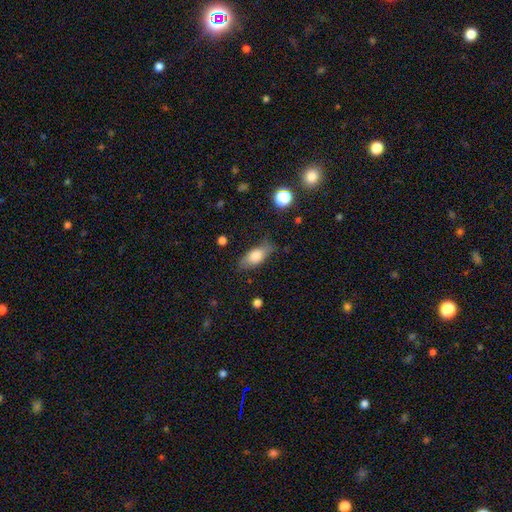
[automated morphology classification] type=smooth (76%); roundness=in between (85%); merging=none (70%).